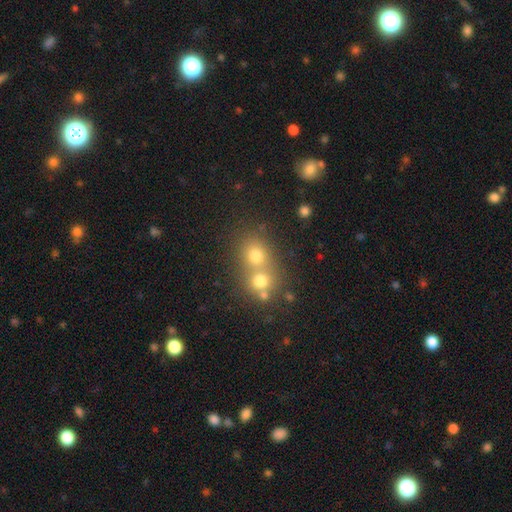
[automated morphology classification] smooth-or-featured: smooth: 72% | star or artifact: 15% | featured or disk: 13%
  how-rounded: round: 72% | in between: 27% | cigar-shaped: 1%
  merging: merger: 51% | none: 39% | minor disturbance: 7% | major disturbance: 3%